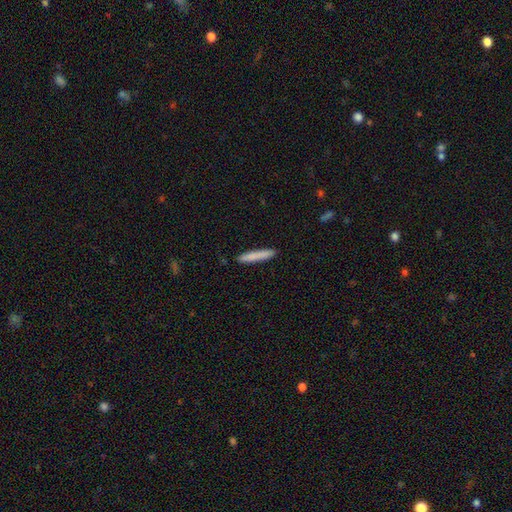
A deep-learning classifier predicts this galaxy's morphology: The model was most divided on "smooth or featured": smooth: 81%, featured or disk: 13%, star or artifact: 6%. More confident: how rounded — cigar-shaped (94%); merging — none (90%).